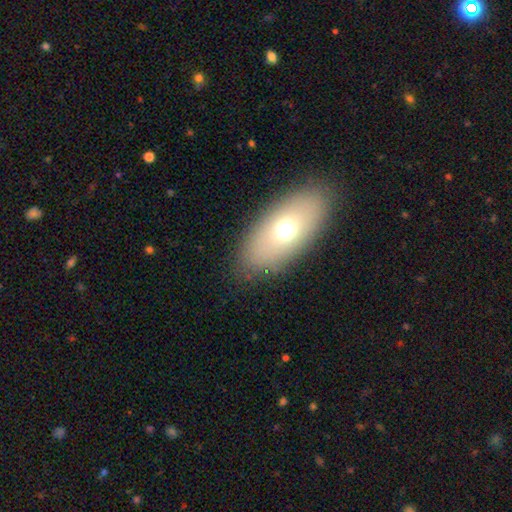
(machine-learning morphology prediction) Overall: smooth (64%). How rounded: in between (83%). Merging: none (84%).